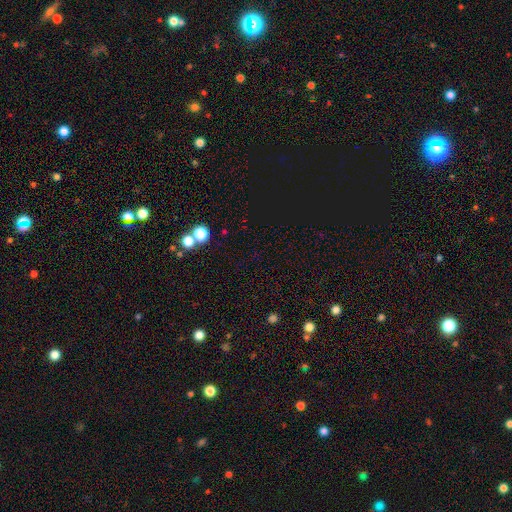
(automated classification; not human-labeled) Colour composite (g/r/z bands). It shows a star or artifact, not a galaxy (56%).